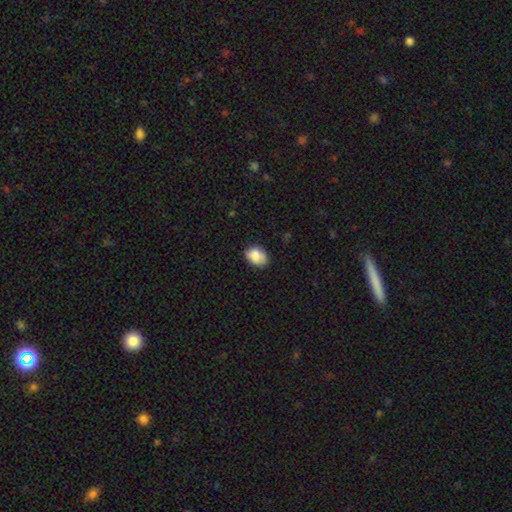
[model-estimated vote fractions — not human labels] Morphology: type=smooth (87%); roundness=in between (77%); merging=none (76%).